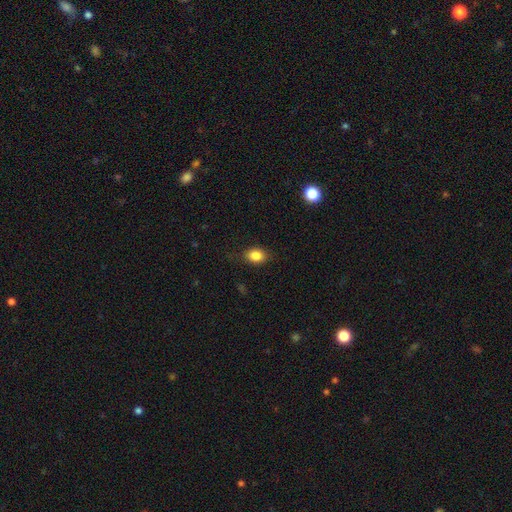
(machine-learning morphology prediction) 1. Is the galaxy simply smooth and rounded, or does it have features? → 85% smooth, 9% star or artifact, 6% featured or disk.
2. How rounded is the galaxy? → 69% in between, 30% round, 2% cigar-shaped.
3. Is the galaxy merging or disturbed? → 82% none, 13% minor disturbance, 4% major disturbance, 1% merger.